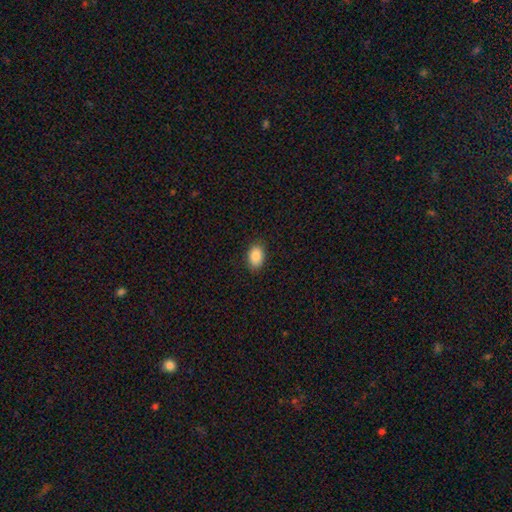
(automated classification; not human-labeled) A smooth galaxy with no disk features (88%) that is in between round and cigar-shaped (84%).

Vote fractions:
- Smooth or featured? smooth: 88% / star or artifact: 7% / featured or disk: 5%
- How rounded? in between: 84% / round: 14% / cigar-shaped: 1%
- Merging? none: 86% / minor disturbance: 11% / major disturbance: 2% / merger: 1%